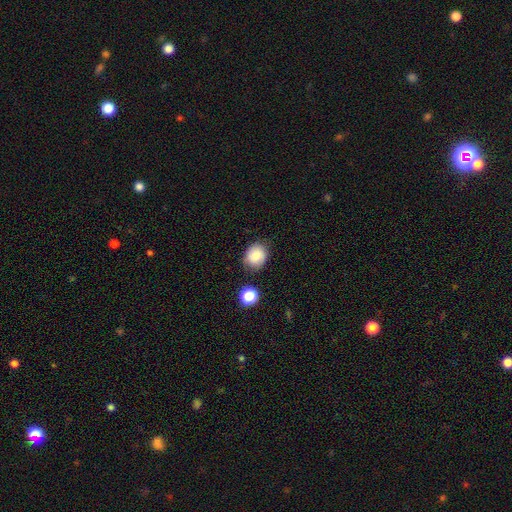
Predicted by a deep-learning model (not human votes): Overall: smooth (82%). How rounded: round (65%; in between 34%). Merging: none (76%).